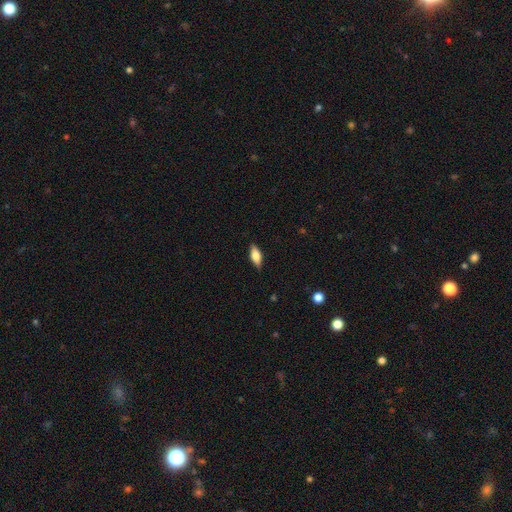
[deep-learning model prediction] A smooth galaxy with no disk features (68%) that is in between round and cigar-shaped (78%).

Vote fractions:
- Smooth or featured? smooth: 68% / featured or disk: 26% / star or artifact: 7%
- How rounded? in between: 78% / cigar-shaped: 19% / round: 3%
- Merging? none: 85% / minor disturbance: 12% / major disturbance: 2% / merger: 1%